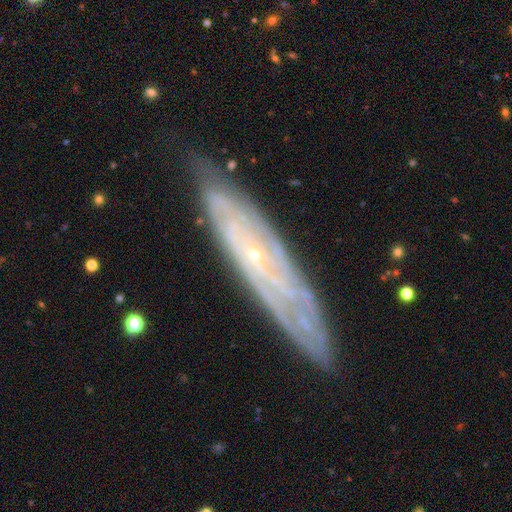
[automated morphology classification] This appears to be a featured or disk galaxy (79%) with no bar (75%), spiral arms (85%) and a small central bulge (86%). Merging: none (75%).